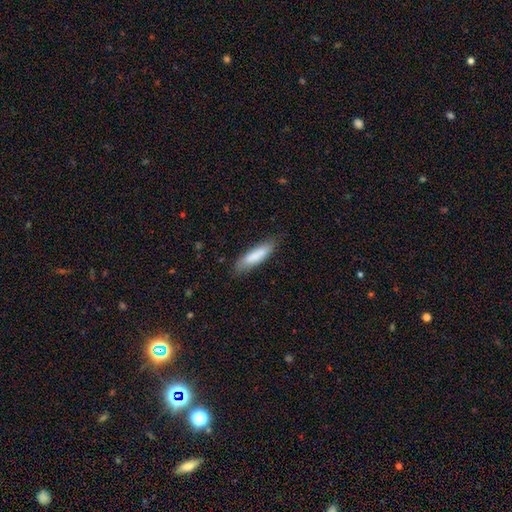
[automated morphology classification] Q: Smooth or featured?
A: smooth (83%); runner-up: featured or disk (11%)
Q: How rounded?
A: cigar-shaped (65%); runner-up: in between (33%)
Q: Merging?
A: none (79%); runner-up: minor disturbance (16%)